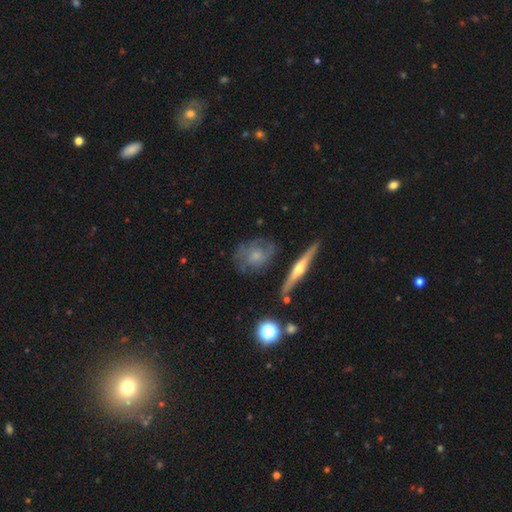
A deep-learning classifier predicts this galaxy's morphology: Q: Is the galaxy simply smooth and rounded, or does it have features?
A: featured or disk — 65%.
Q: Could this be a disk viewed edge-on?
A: no — 79%.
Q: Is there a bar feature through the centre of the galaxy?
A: no — 81%.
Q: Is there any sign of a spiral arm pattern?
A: yes — 71%.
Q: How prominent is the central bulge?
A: small — 57%.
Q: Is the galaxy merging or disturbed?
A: none — 64%.